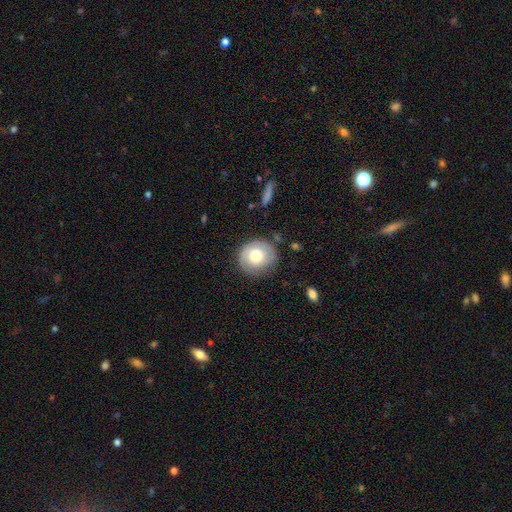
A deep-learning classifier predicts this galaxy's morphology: This is likely a smooth galaxy (63%). How rounded: clearly round (86%). Merging: likely none (78%).